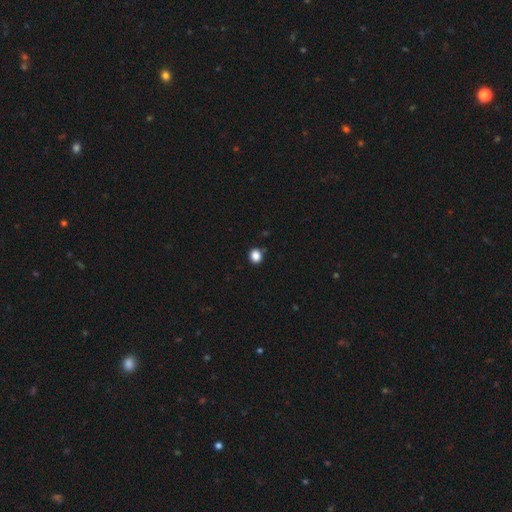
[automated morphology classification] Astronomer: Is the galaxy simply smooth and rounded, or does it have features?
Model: smooth — 86%.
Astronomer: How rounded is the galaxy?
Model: round — 82%.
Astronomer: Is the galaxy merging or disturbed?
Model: none — 89%.